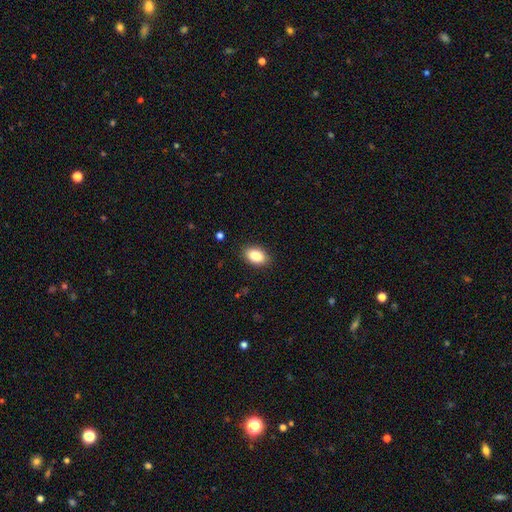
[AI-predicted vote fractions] Overall: smooth (87%). How rounded: in between (90%). Merging: none (88%).